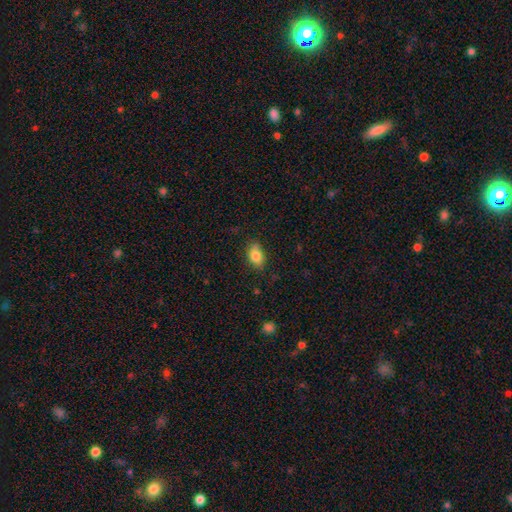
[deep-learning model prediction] smooth_or_featured: smooth (p=0.83) [alt: featured or disk p=0.08]
how_rounded: in between (p=0.85) [alt: round p=0.12]
merging: none (p=0.79) [alt: minor disturbance p=0.17]